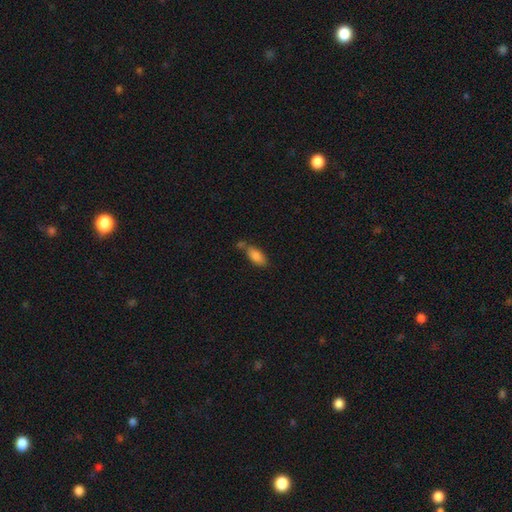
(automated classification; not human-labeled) Overall: smooth (84%). How rounded: in between (82%). Merging: none (49%; merger 24%).